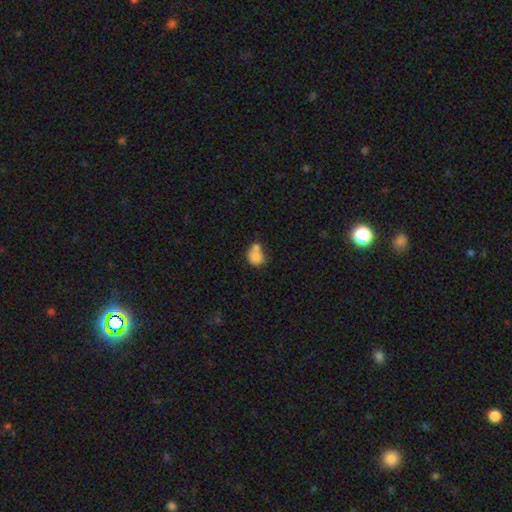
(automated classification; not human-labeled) Smooth or featured? Predicted: smooth (p=0.77). How rounded? Predicted: round (p=0.65). Merging? Predicted: merger (p=0.54).